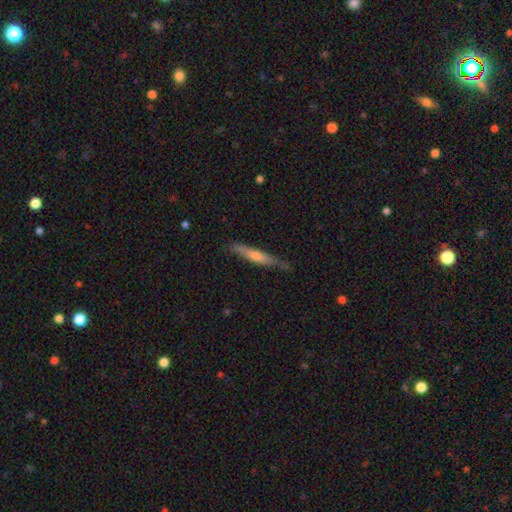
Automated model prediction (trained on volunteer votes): smooth-or-featured: smooth: 49% | featured or disk: 45% | star or artifact: 6%
  merging: none: 75% | minor disturbance: 20% | major disturbance: 3% | merger: 2%